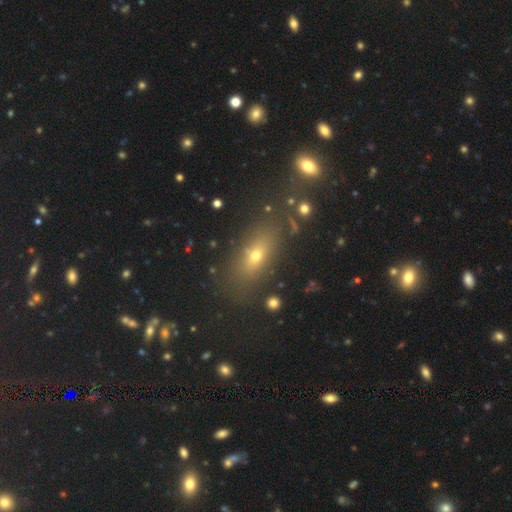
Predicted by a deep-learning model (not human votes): This is possibly a smooth galaxy (58%). How rounded: likely in between (69%). Merging: clearly none (81%).